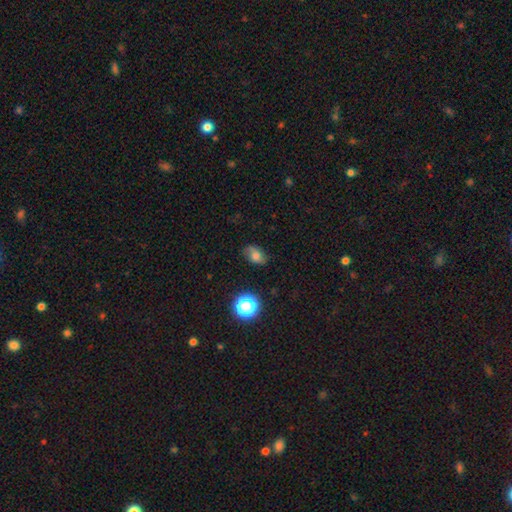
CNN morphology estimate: smooth_or_featured: smooth (p=0.60) [alt: featured or disk p=0.25]
how_rounded: in between (p=0.78) [alt: round p=0.20]
merging: none (p=0.72) [alt: minor disturbance p=0.21]